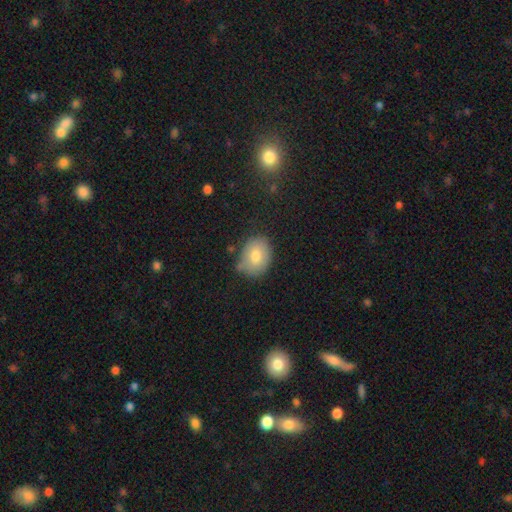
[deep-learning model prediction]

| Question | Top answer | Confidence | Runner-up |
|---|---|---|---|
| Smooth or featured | smooth | 75% | featured or disk (16%) |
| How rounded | in between | 60% | round (39%) |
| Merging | none | 69% | minor disturbance (23%) |